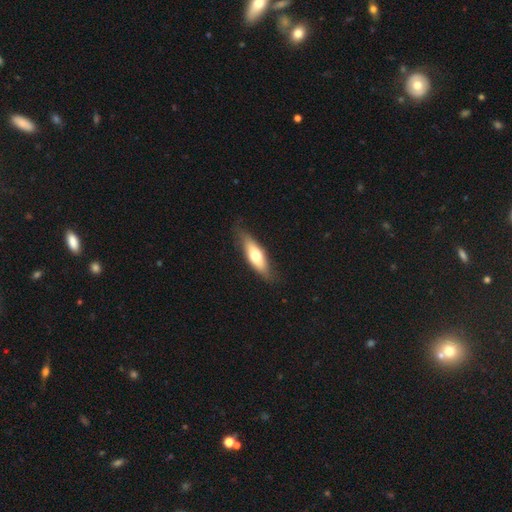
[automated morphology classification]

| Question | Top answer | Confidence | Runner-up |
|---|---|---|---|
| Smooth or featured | smooth | 60% | featured or disk (35%) |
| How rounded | in between | 51% | cigar-shaped (47%) |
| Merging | none | 78% | minor disturbance (17%) |